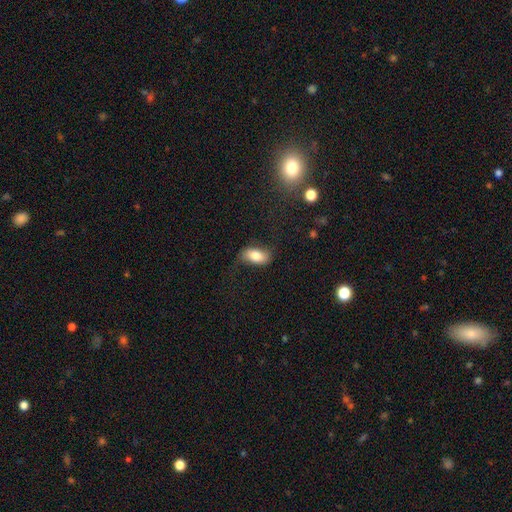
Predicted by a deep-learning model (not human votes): smooth-or-featured: smooth: 76% | featured or disk: 16% | star or artifact: 7%
  how-rounded: in between: 91% | round: 5% | cigar-shaped: 4%
  merging: none: 65% | minor disturbance: 22% | major disturbance: 10% | merger: 2%